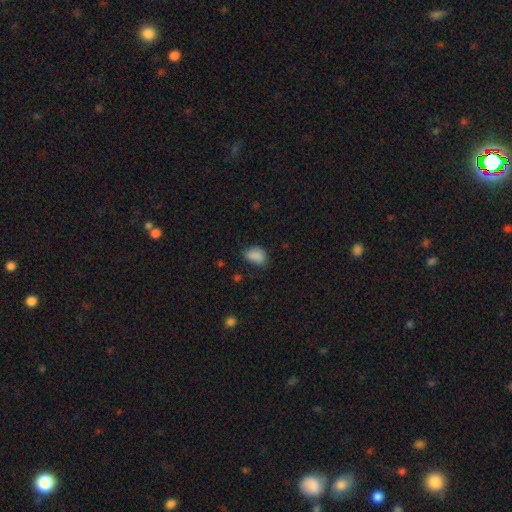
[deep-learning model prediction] Q: Smooth or featured?
A: smooth (85%); runner-up: star or artifact (10%)
Q: How rounded?
A: in between (78%); runner-up: round (21%)
Q: Merging?
A: none (62%); runner-up: minor disturbance (29%)